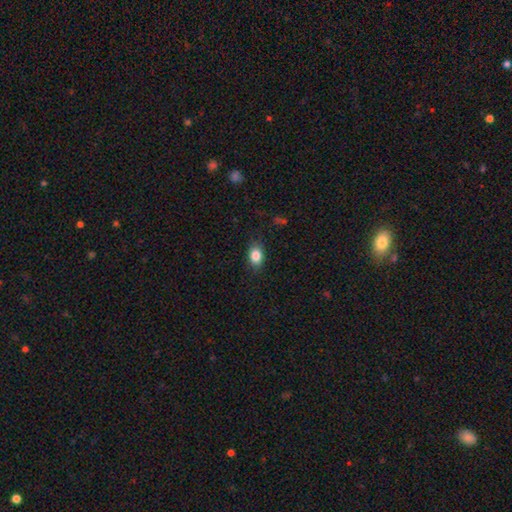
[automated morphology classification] smooth 84%, star or artifact 9%, featured or disk 7%. Down the decision tree: how rounded — in between (76%); merging — none (83%).